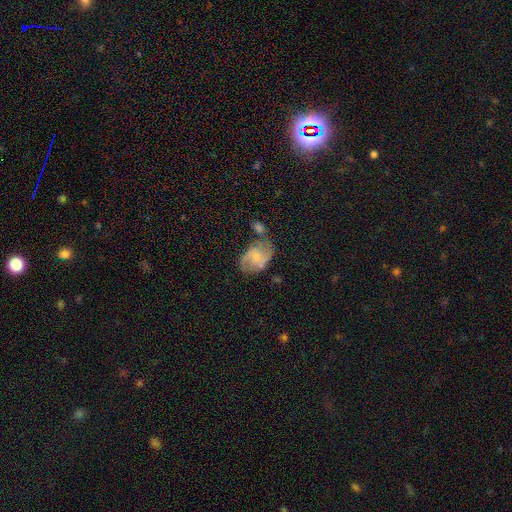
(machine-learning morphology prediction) Smooth or featured? featured or disk (66%)
Edge-on disk? no (97%)
Bar? no (51%)
Spiral arms? yes (86%)
Spiral winding? medium (46%)
Spiral arm count? 2 (83%)
Bulge size? small (62%)
Merging? none (50%)